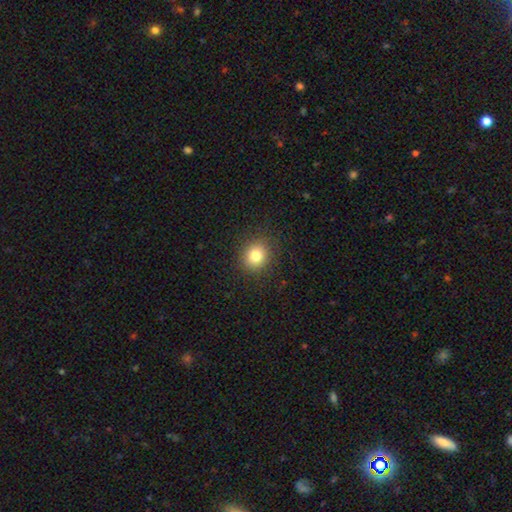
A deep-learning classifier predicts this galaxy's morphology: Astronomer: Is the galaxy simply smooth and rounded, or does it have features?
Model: smooth — 81%.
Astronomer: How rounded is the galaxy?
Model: round — 83%.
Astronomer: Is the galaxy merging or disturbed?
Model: none — 90%.